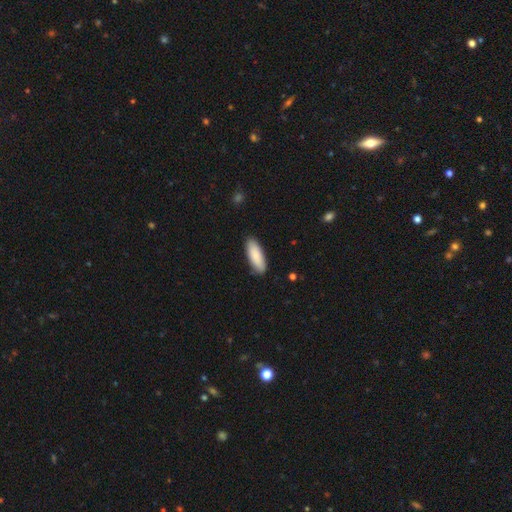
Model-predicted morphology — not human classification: smooth-or-featured: smooth: 87% | featured or disk: 8% | star or artifact: 5%
  how-rounded: in between: 68% | cigar-shaped: 31% | round: 2%
  merging: none: 87% | minor disturbance: 10% | major disturbance: 2% | merger: 1%